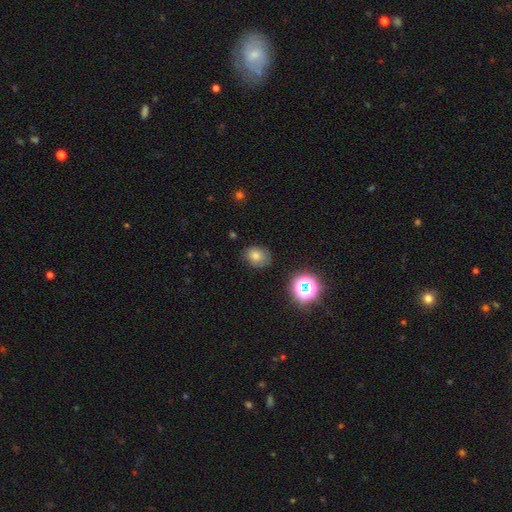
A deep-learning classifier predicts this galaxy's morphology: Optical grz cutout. It shows a smooth galaxy with no disk features (73%) that is in between round and cigar-shaped (53%). Merging: none (74%).